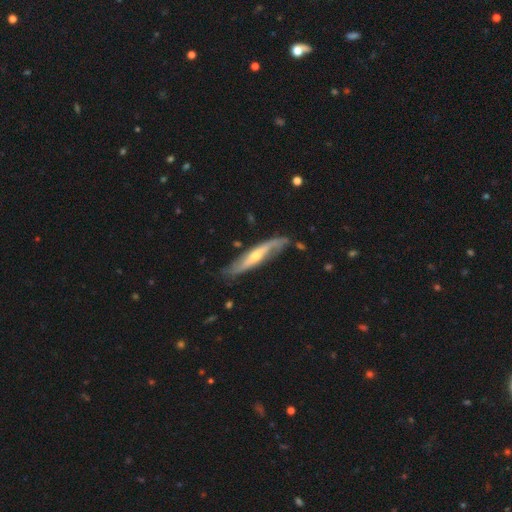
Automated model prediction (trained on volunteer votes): Morphology: type=featured or disk (72%); edge-on=yes (54%); merging=none (71%).